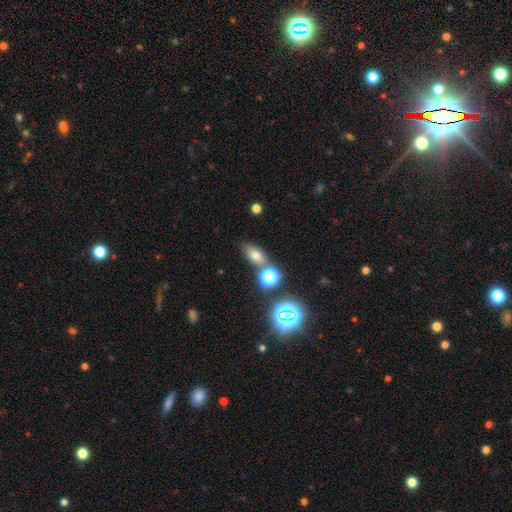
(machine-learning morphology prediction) smooth_or_featured: smooth (p=0.67) [alt: star or artifact p=0.21]
how_rounded: in between (p=0.75) [alt: round p=0.19]
merging: none (p=0.67) [alt: merger p=0.18]